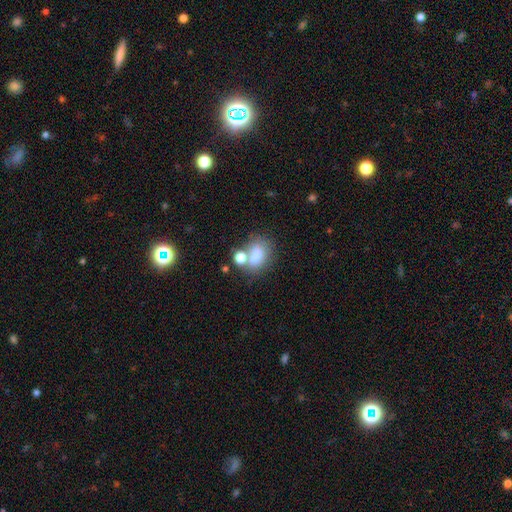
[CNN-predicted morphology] Smooth or featured: smooth — 73% (featured or disk — 14%)
How rounded: in between — 68% (round — 29%)
Merging: none — 39% (merger — 36%)